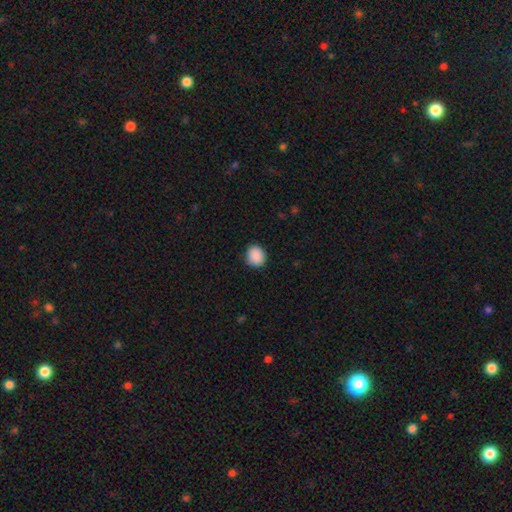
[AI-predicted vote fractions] Q: Smooth or featured?
A: smooth (90%); runner-up: star or artifact (8%)
Q: How rounded?
A: round (76%); runner-up: in between (23%)
Q: Merging?
A: none (87%); runner-up: minor disturbance (10%)